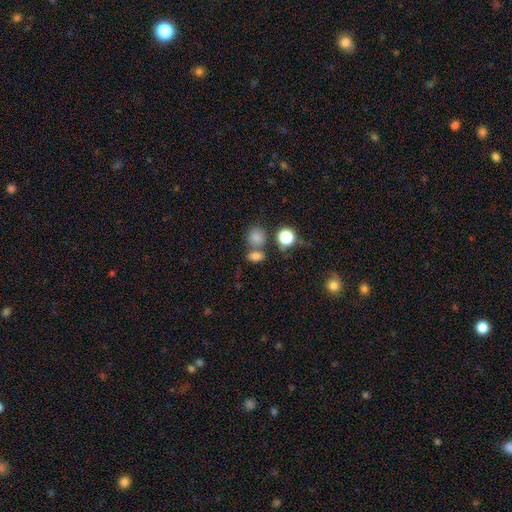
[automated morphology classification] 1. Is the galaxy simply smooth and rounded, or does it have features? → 77% smooth, 15% star or artifact, 8% featured or disk.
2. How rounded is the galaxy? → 64% in between, 33% round, 3% cigar-shaped.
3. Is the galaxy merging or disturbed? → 56% none, 28% merger, 11% minor disturbance, 5% major disturbance.